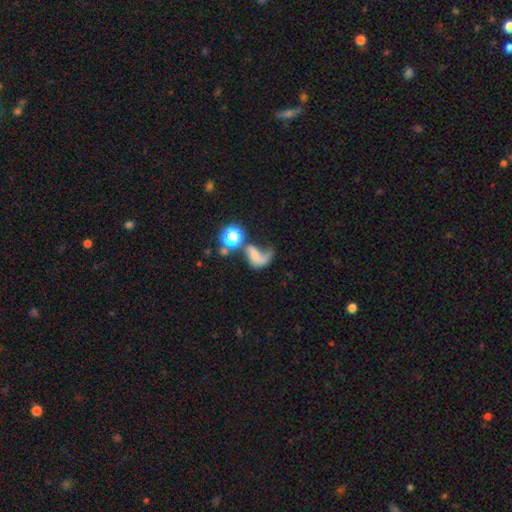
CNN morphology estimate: smooth_or_featured: featured or disk (p=0.48) [alt: smooth p=0.35]
merging: major disturbance (p=0.42) [alt: merger p=0.24]